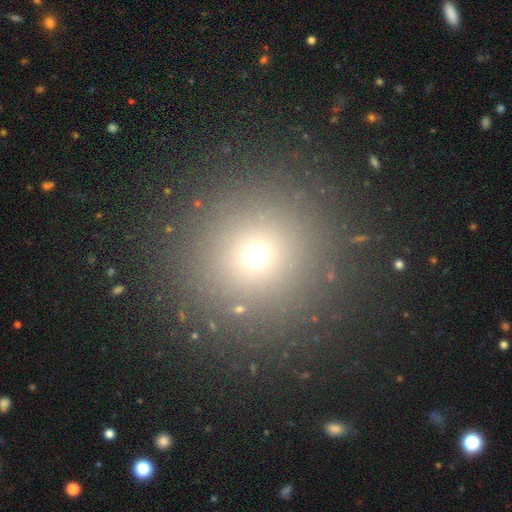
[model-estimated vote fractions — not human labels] smooth 66%, star or artifact 26%, featured or disk 8%. Down the decision tree: how rounded — round (95%); merging — none (90%).